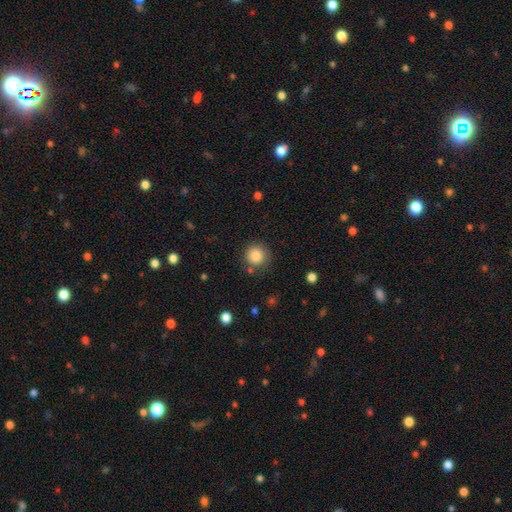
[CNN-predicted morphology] A smooth galaxy with no disk features (86%) that is round (94%). Merging: none (81%).